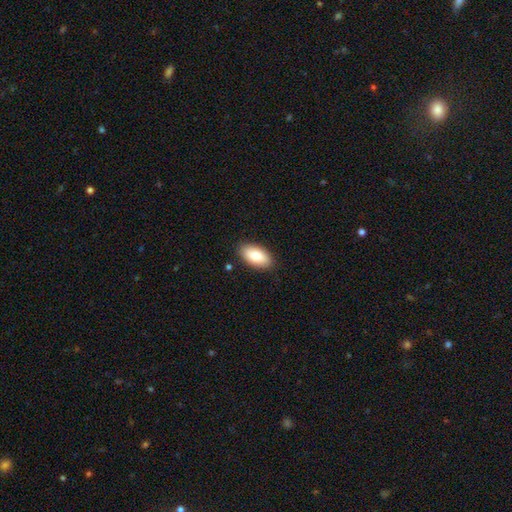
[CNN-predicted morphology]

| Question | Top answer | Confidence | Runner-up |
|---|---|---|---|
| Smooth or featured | smooth | 82% | featured or disk (11%) |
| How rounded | in between | 94% | round (3%) |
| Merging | none | 87% | minor disturbance (9%) |